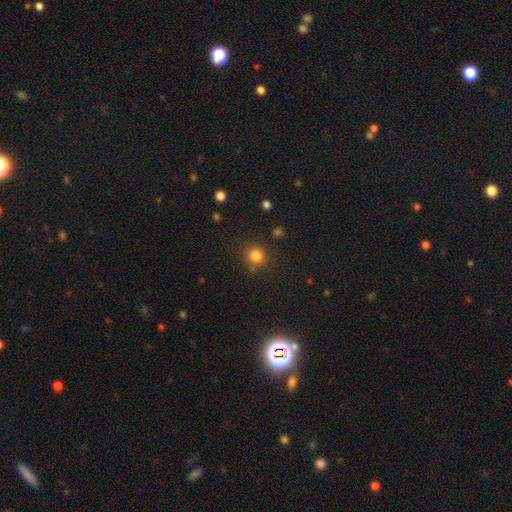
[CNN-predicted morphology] Q: Smooth or featured?
A: smooth (82%); runner-up: star or artifact (13%)
Q: How rounded?
A: round (90%); runner-up: in between (9%)
Q: Merging?
A: none (82%); runner-up: minor disturbance (11%)